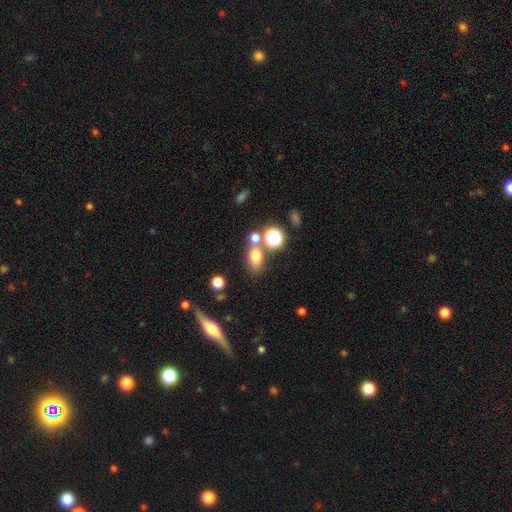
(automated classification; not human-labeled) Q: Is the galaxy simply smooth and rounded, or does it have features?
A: smooth — 71%.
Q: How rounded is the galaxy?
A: in between — 68%.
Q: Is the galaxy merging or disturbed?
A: none — 56%.